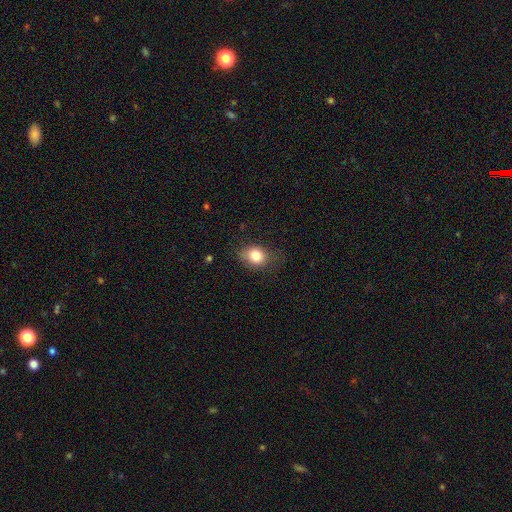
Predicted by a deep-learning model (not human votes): A smooth galaxy with no disk features (81%) that is in between round and cigar-shaped (51%).

Vote fractions:
- Smooth or featured? smooth: 81% / star or artifact: 10% / featured or disk: 9%
- How rounded? in between: 51% / round: 48% / cigar-shaped: 1%
- Merging? none: 69% / minor disturbance: 22% / major disturbance: 7% / merger: 1%